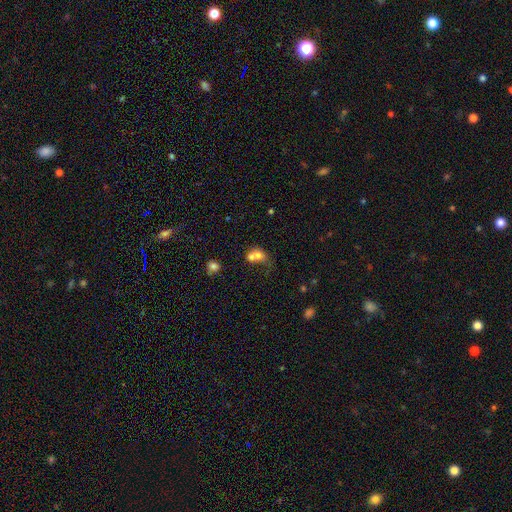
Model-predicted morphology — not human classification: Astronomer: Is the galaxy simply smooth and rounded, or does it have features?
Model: smooth — 68%.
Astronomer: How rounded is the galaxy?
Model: round — 56% (runner-up: in between, 43%).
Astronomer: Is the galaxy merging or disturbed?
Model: merger — 65%.